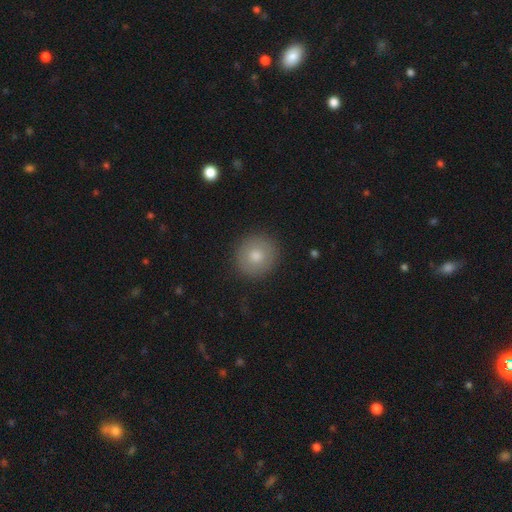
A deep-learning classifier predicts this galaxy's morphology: type=smooth (77%); roundness=round (92%); merging=none (91%).